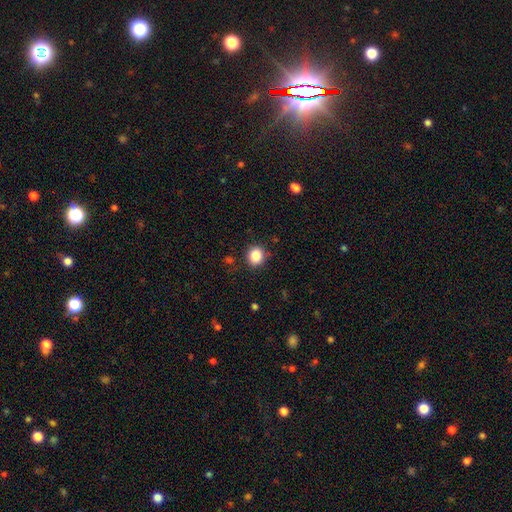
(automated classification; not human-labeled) Q: Smooth or featured?
A: smooth (85%); runner-up: star or artifact (11%)
Q: How rounded?
A: round (83%); runner-up: in between (16%)
Q: Merging?
A: none (86%); runner-up: minor disturbance (10%)